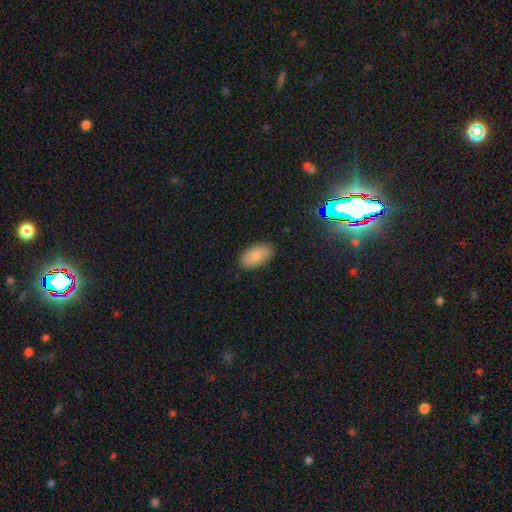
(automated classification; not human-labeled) Morphology: type=smooth (88%); roundness=in between (95%); merging=none (87%).